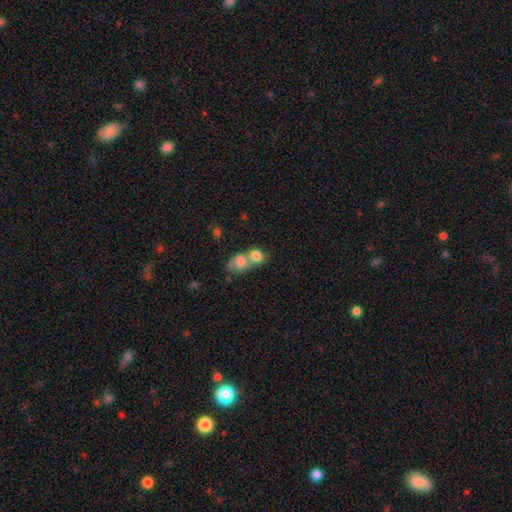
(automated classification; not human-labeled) smooth-or-featured: smooth: 79% | featured or disk: 12% | star or artifact: 9%
  how-rounded: round: 50% | in between: 49% | cigar-shaped: 2%
  merging: merger: 69% | none: 21% | minor disturbance: 6% | major disturbance: 3%